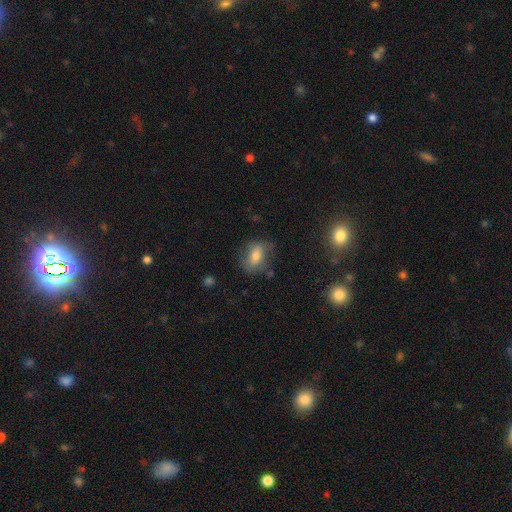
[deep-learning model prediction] Smooth or featured?
  - smooth: 60% *
  - featured or disk: 30%
  - star or artifact: 11%
How rounded?
  - in between: 72% *
  - round: 24%
  - cigar-shaped: 4%
Merging?
  - none: 62% *
  - minor disturbance: 23%
  - major disturbance: 12%
  - merger: 3%